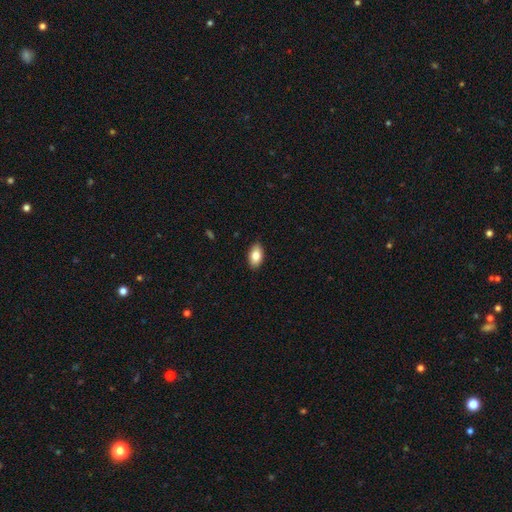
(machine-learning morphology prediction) This is clearly a smooth galaxy (83%). How rounded: clearly in between (93%). Merging: clearly none (89%).